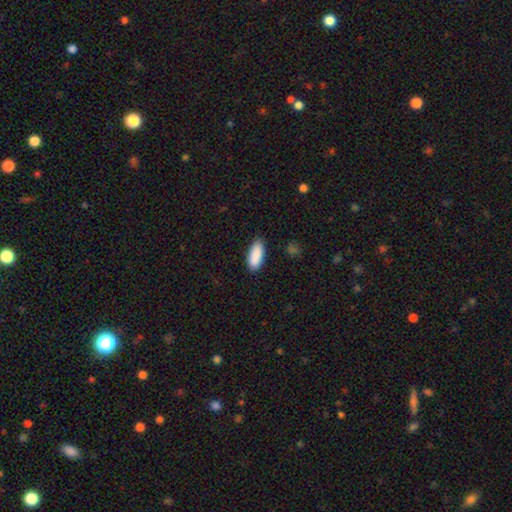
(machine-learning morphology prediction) Smooth or featured: smooth — 90% (star or artifact — 6%)
How rounded: in between — 82% (cigar-shaped — 16%)
Merging: none — 86% (minor disturbance — 11%)